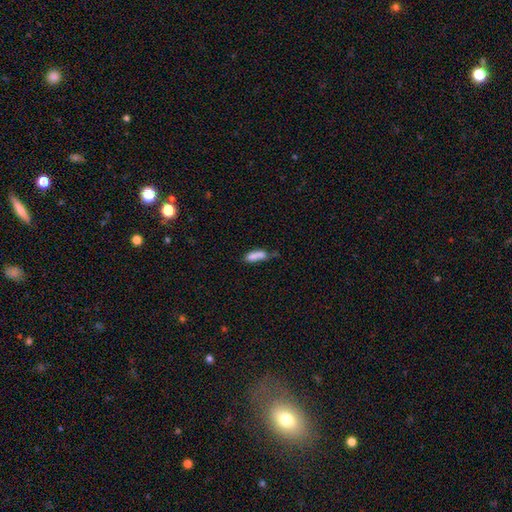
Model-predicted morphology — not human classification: A smooth galaxy with no disk features (75%) that is in between round and cigar-shaped (67%). Merging: merger (41%).